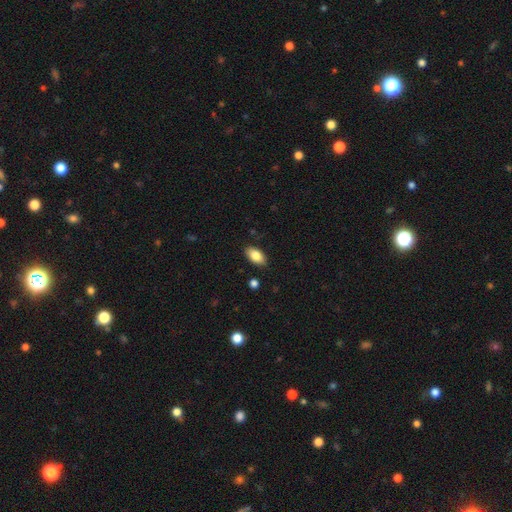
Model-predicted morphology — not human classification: The model was most divided on "smooth or featured": smooth: 84%, featured or disk: 9%, star or artifact: 7%. More confident: how rounded — in between (93%); merging — none (87%).